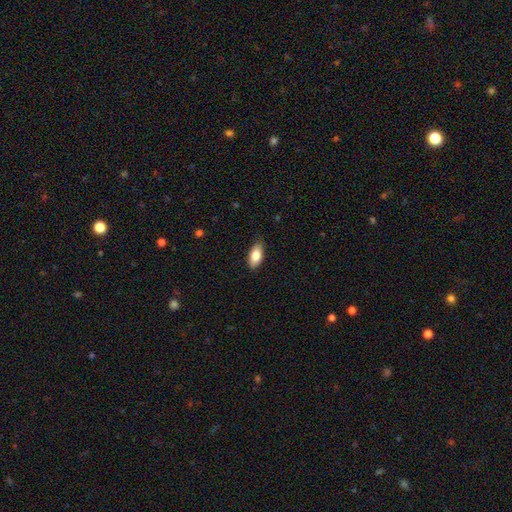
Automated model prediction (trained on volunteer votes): Overall: smooth (82%). How rounded: in between (87%). Merging: none (86%).